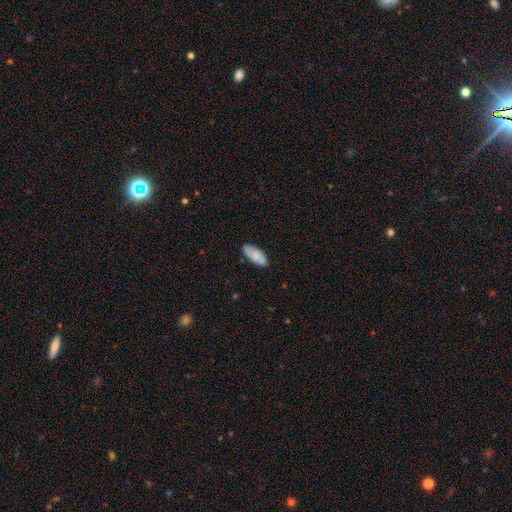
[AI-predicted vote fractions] smooth_or_featured: smooth (p=0.79) [alt: featured or disk p=0.15]
how_rounded: in between (p=0.82) [alt: cigar-shaped p=0.16]
merging: none (p=0.80) [alt: minor disturbance p=0.15]